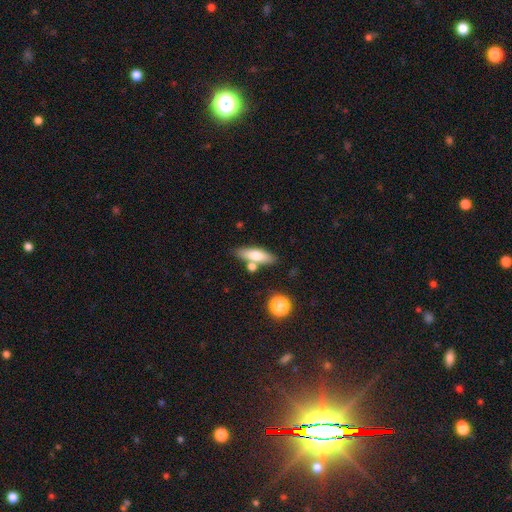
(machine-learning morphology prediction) Overall: smooth (71%). How rounded: in between (50%; cigar-shaped 46%). Merging: none (72%).